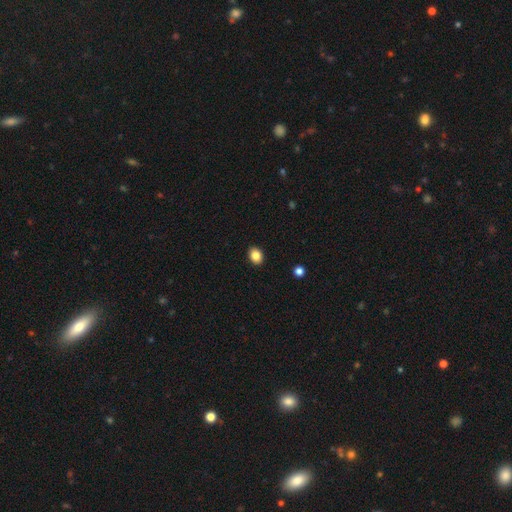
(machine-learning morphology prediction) Smooth or featured: smooth — 85% (star or artifact — 9%)
How rounded: in between — 65% (round — 34%)
Merging: none — 91% (minor disturbance — 7%)